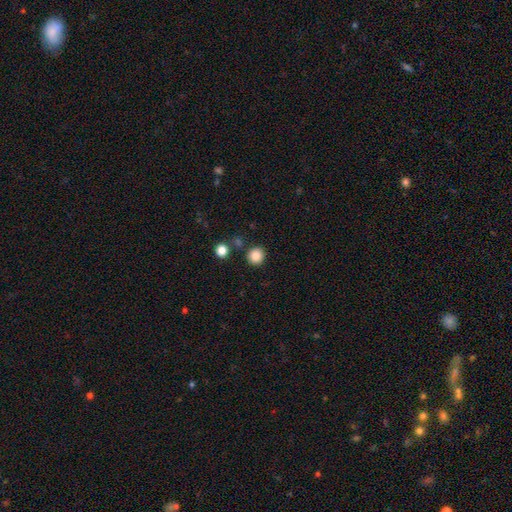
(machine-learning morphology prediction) A smooth galaxy with no disk features (85%) that is round (93%). Merging: none (88%).